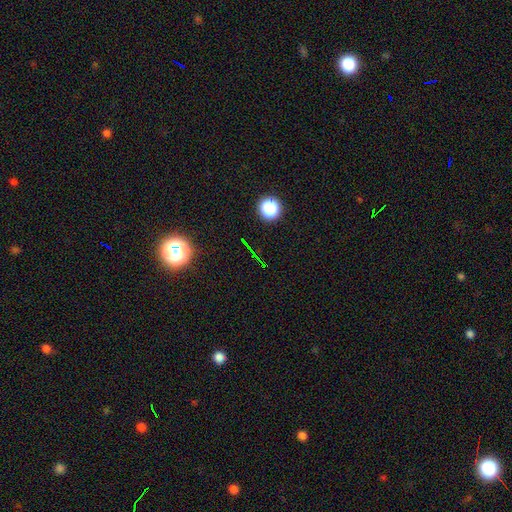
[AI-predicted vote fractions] Smooth or featured: star or artifact — 73% (smooth — 17%)